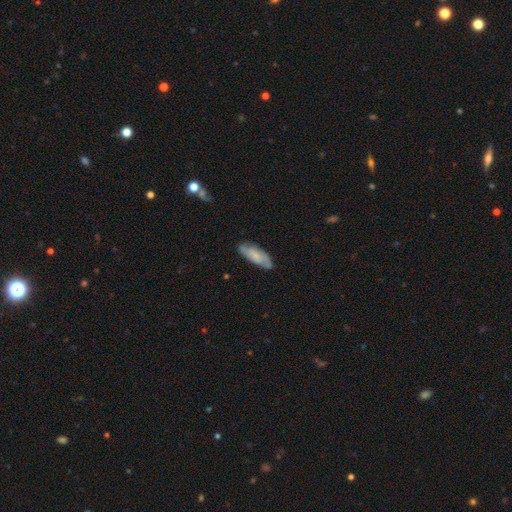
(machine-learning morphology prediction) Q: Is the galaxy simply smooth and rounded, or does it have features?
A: smooth — 54%.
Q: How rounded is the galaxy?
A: in between — 64%.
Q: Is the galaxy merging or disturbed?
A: none — 76%.